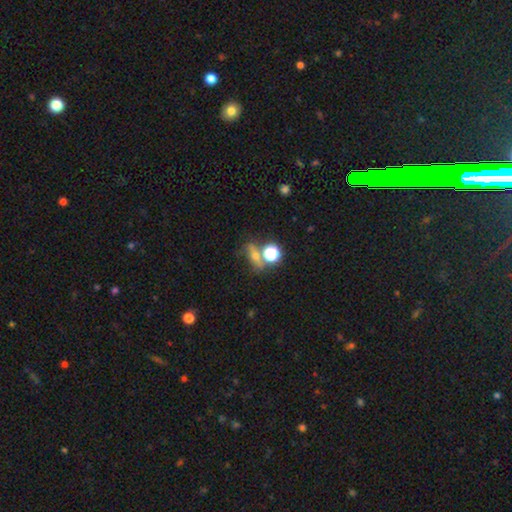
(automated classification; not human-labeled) Smooth or featured?
  - smooth: 46% *
  - star or artifact: 31%
  - featured or disk: 23%
Merging?
  - none: 52% *
  - merger: 24%
  - minor disturbance: 14%
  - major disturbance: 10%